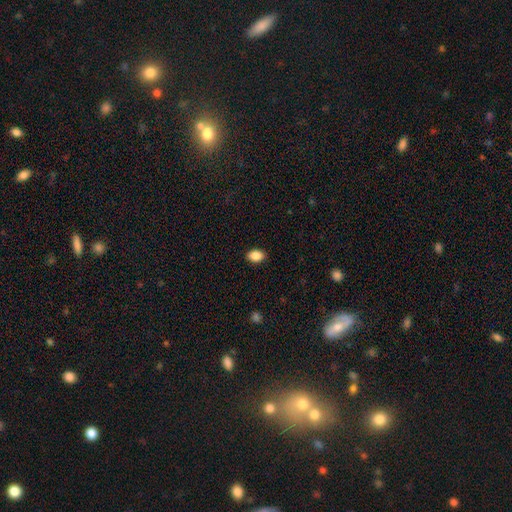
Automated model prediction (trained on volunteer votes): This is clearly a smooth galaxy (88%). How rounded: clearly in between (81%). Merging: clearly none (90%).